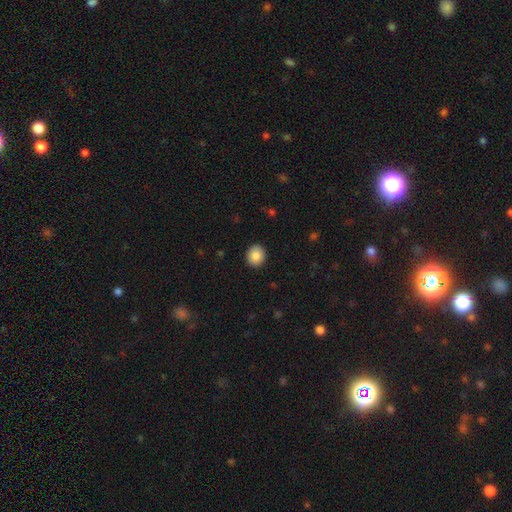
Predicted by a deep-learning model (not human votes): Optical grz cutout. It shows a smooth galaxy with no disk features (87%) that is round (76%). Merging: none (92%).